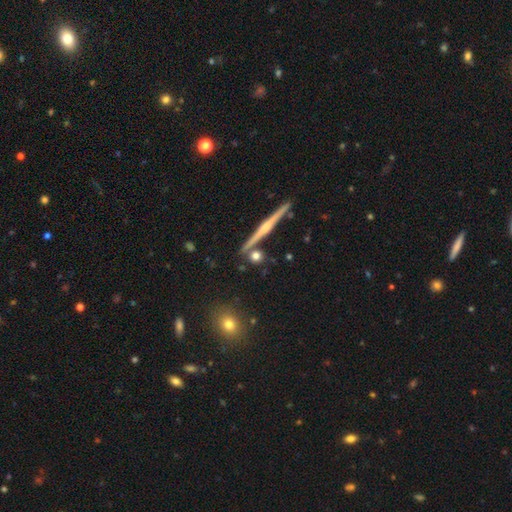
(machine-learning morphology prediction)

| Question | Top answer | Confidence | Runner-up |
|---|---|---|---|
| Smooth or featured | smooth | 66% | featured or disk (22%) |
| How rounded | round | 80% | cigar-shaped (10%) |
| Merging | none | 76% | merger (12%) |